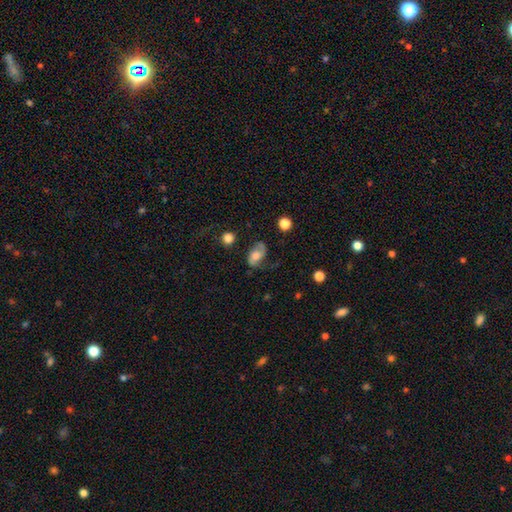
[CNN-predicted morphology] The model was most divided on "smooth or featured": smooth: 46%, featured or disk: 45%, star or artifact: 9%. More confident: merging — none (54%).